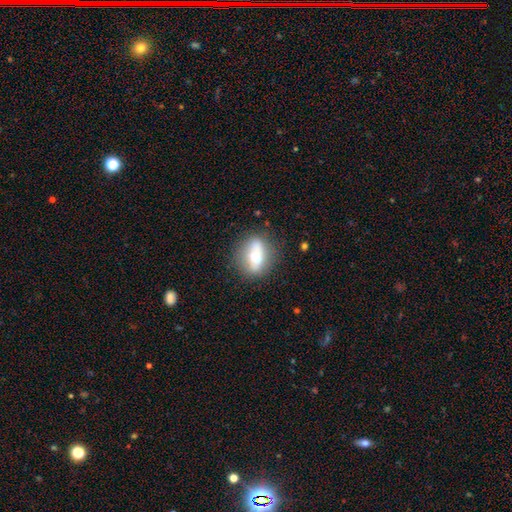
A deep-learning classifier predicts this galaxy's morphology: The model was most divided on "smooth or featured": smooth: 60%, featured or disk: 31%, star or artifact: 8%. More confident: merging — none (72%); how rounded — in between (67%).